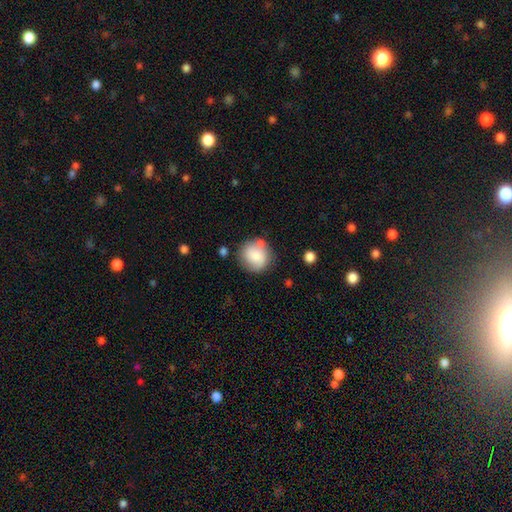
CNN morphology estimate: Smooth or featured: smooth — 75% (featured or disk — 17%)
How rounded: round — 89% (in between — 10%)
Merging: none — 72% (minor disturbance — 16%)